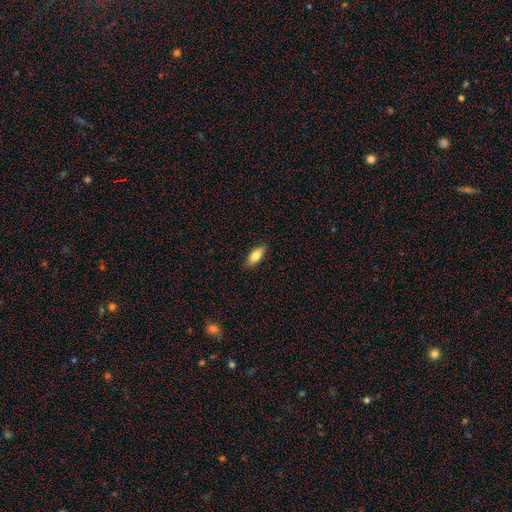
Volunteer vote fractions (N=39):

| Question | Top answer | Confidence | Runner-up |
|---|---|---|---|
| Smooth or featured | smooth | 69% | featured or disk (23%) |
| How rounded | in between | 70% | cigar-shaped (30%) |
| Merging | none | 94% | minor disturbance (3%) |